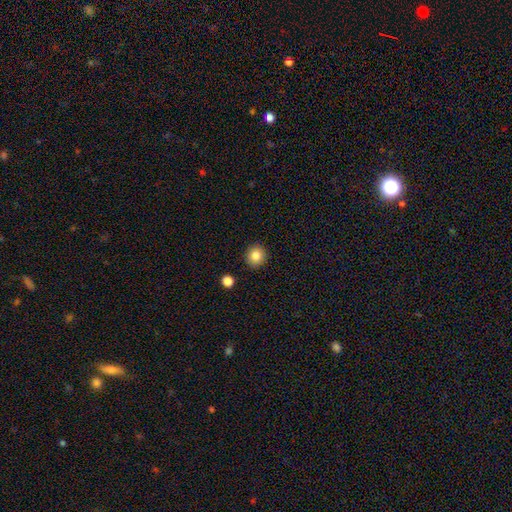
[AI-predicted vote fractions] smooth 84%, star or artifact 10%, featured or disk 6%. Down the decision tree: how rounded — round (91%); merging — none (91%).